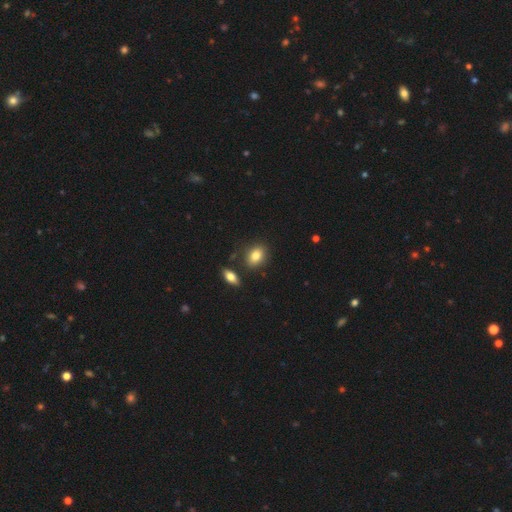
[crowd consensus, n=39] smooth_or_featured: smooth (p=0.95) [alt: featured or disk p=0.05]
how_rounded: in between (p=0.65) [alt: round p=0.35]
merging: none (p=0.95) [alt: minor disturbance p=0.03]